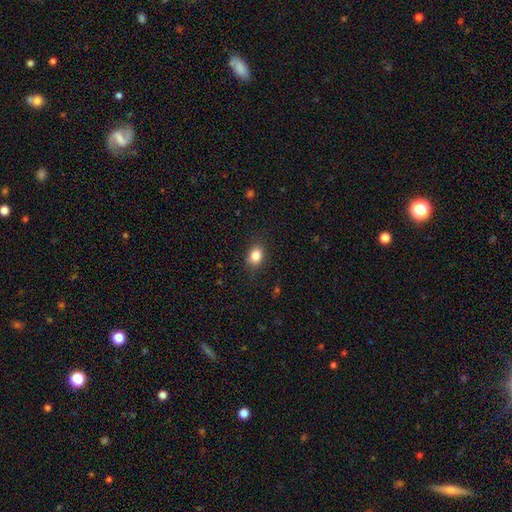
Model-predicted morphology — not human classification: smooth-or-featured: smooth: 85% | star or artifact: 10% | featured or disk: 5%
  how-rounded: in between: 64% | round: 34% | cigar-shaped: 1%
  merging: none: 82% | minor disturbance: 13% | major disturbance: 4% | merger: 1%